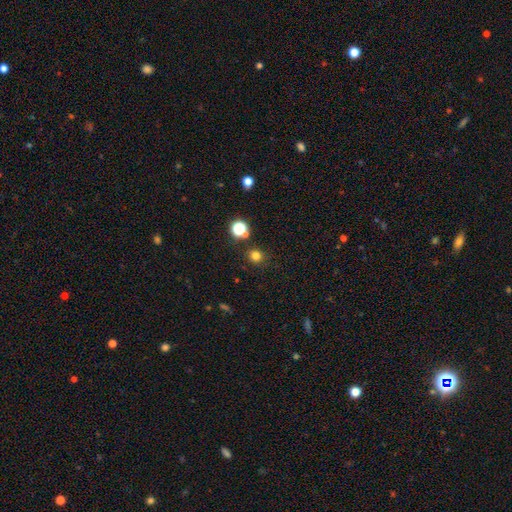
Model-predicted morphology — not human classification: type=smooth (76%); roundness=round (91%); merging=none (84%).